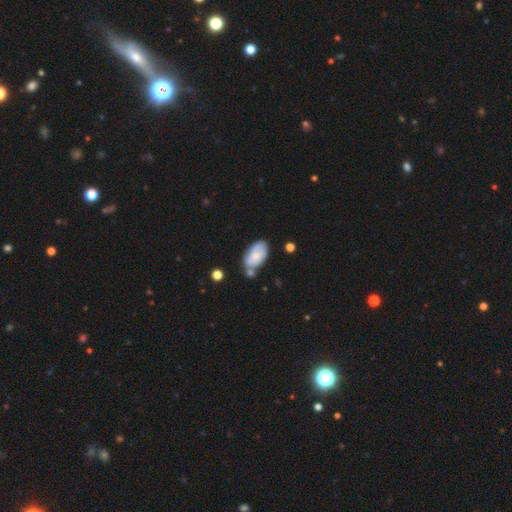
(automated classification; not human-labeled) Smooth or featured?
  - smooth: 52% *
  - featured or disk: 41%
  - star or artifact: 7%
How rounded?
  - in between: 93% *
  - round: 5%
  - cigar-shaped: 2%
Merging?
  - none: 49% *
  - minor disturbance: 25%
  - merger: 19%
  - major disturbance: 7%